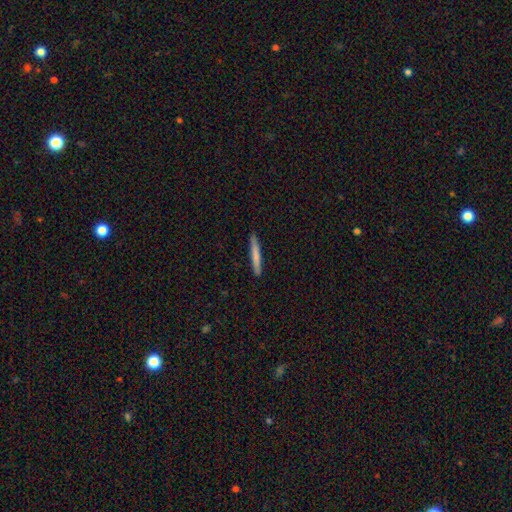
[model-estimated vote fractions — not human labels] Smooth or featured: smooth — 74% (featured or disk — 20%)
How rounded: cigar-shaped — 96% (in between — 3%)
Merging: none — 91% (minor disturbance — 7%)